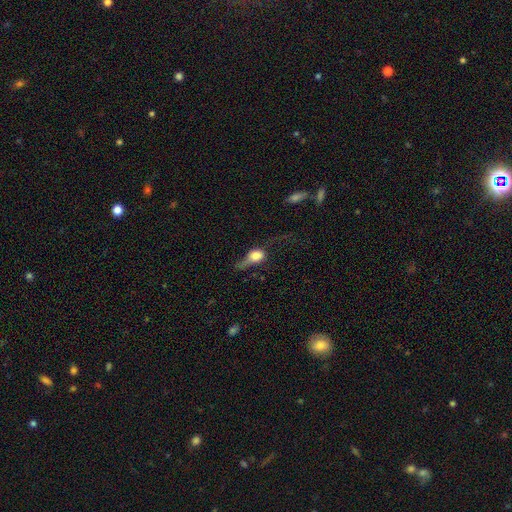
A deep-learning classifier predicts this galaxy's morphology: smooth_or_featured: smooth (p=0.61) [alt: featured or disk p=0.30]
how_rounded: in between (p=0.57) [alt: round p=0.36]
merging: major disturbance (p=0.52) [alt: minor disturbance p=0.21]